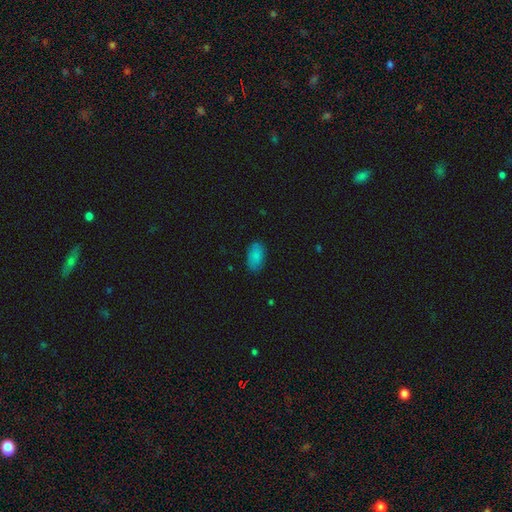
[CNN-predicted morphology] Smooth or featured?
  - smooth: 86% *
  - star or artifact: 8%
  - featured or disk: 6%
How rounded?
  - in between: 94% *
  - round: 4%
  - cigar-shaped: 2%
Merging?
  - none: 84% *
  - minor disturbance: 12%
  - major disturbance: 3%
  - merger: 1%